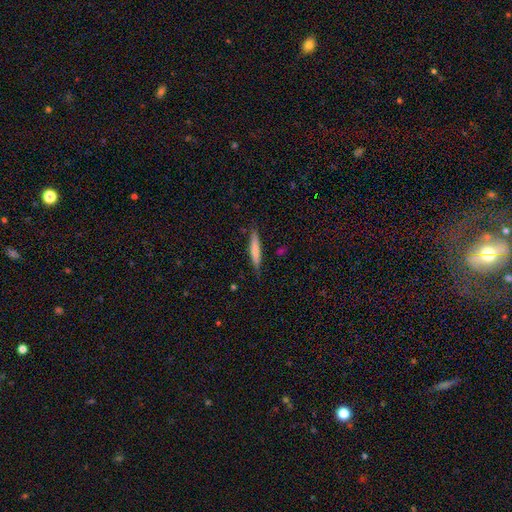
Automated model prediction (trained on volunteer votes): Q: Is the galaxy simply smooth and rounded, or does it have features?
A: smooth — 46%.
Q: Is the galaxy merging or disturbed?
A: none — 83%.